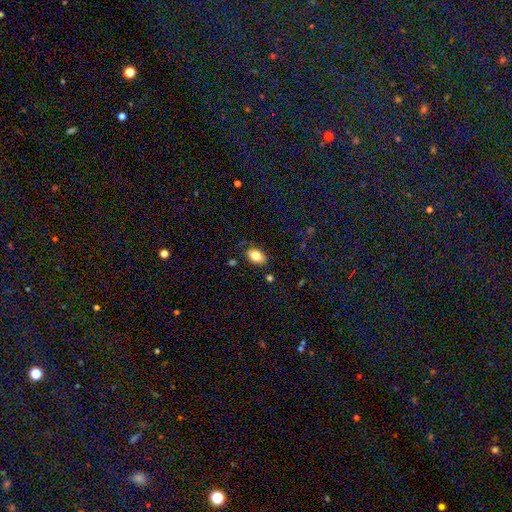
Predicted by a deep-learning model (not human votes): Morphology: type=smooth (82%); roundness=in between (88%); merging=none (80%).